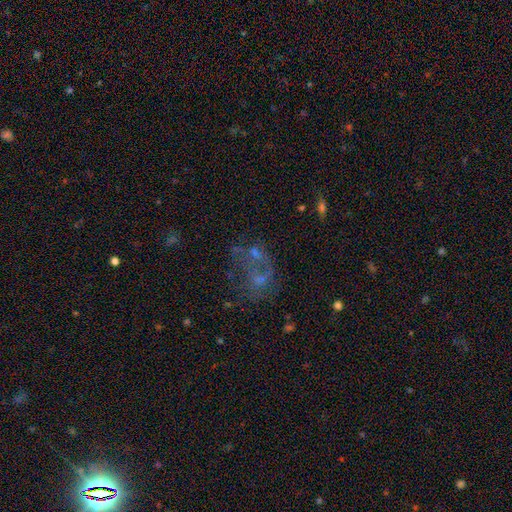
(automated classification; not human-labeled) This is possibly a featured or disk galaxy (48%). Merging: marginally major disturbance (32%, tied with none).